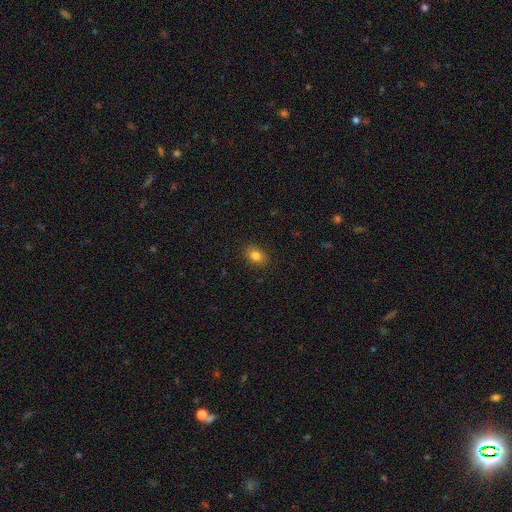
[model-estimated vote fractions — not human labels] Smooth or featured: smooth — 83% (star or artifact — 10%)
How rounded: in between — 71% (round — 28%)
Merging: none — 88% (minor disturbance — 9%)